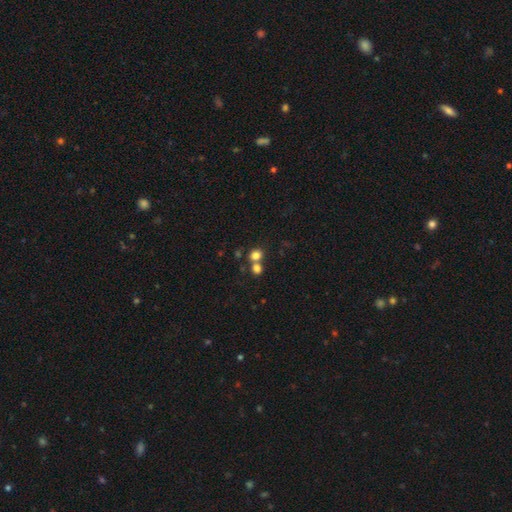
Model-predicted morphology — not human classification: Smooth or featured? Predicted: smooth (p=0.78). How rounded? Predicted: round (p=0.74). Merging? Predicted: none (p=0.48).